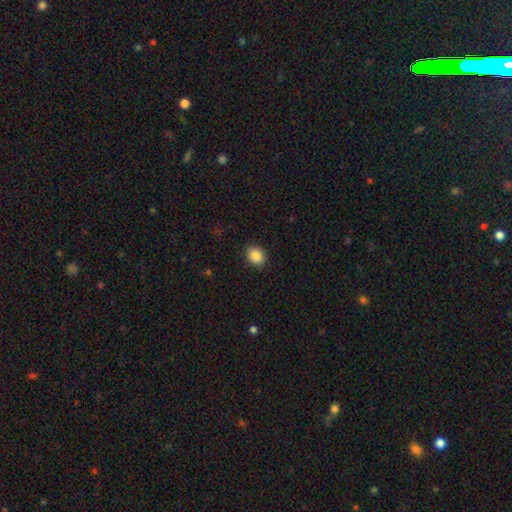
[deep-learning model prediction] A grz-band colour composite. It shows a smooth galaxy with no disk features (87%) that is in between round and cigar-shaped (52%). Merging: none (90%).